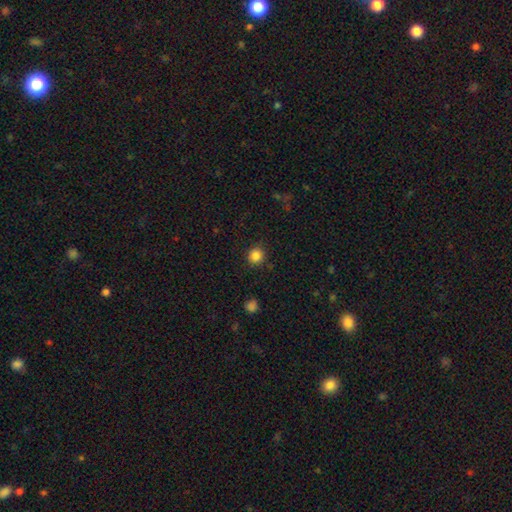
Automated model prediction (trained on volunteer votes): Smooth or featured?
  - smooth: 85% *
  - star or artifact: 11%
  - featured or disk: 4%
How rounded?
  - round: 90% *
  - in between: 9%
  - cigar-shaped: 1%
Merging?
  - none: 89% *
  - minor disturbance: 7%
  - major disturbance: 2%
  - merger: 1%